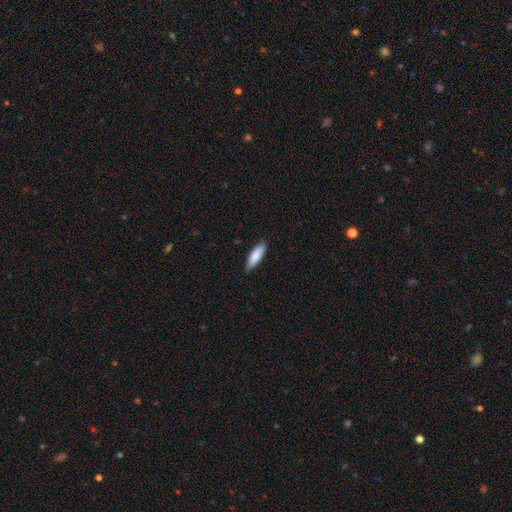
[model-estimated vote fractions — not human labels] This is clearly a smooth galaxy (85%). How rounded: possibly in between (52%). Merging: clearly none (85%).